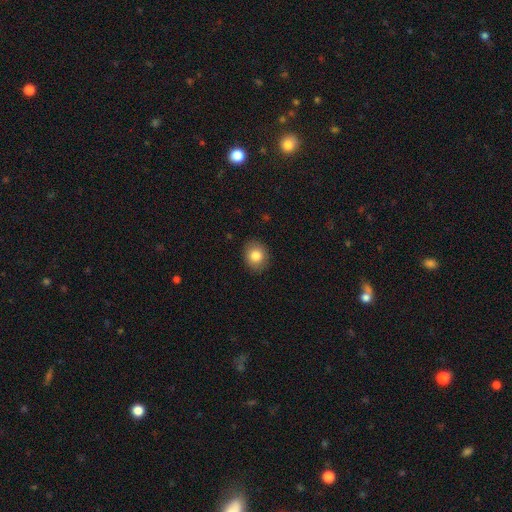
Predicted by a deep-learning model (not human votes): smooth_or_featured: smooth (p=0.82) [alt: star or artifact p=0.09]
how_rounded: round (p=0.65) [alt: in between p=0.35]
merging: none (p=0.89) [alt: minor disturbance p=0.08]